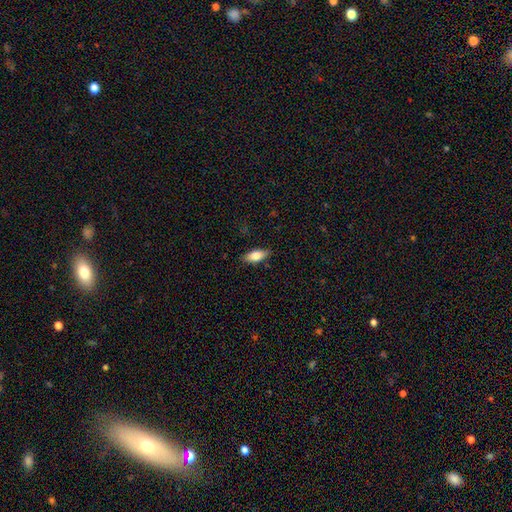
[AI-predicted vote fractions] A smooth galaxy with no disk features (78%) that is in between round and cigar-shaped (81%).

Vote fractions:
- Smooth or featured? smooth: 78% / featured or disk: 16% / star or artifact: 7%
- How rounded? in between: 81% / cigar-shaped: 16% / round: 3%
- Merging? none: 84% / minor disturbance: 12% / major disturbance: 2% / merger: 1%